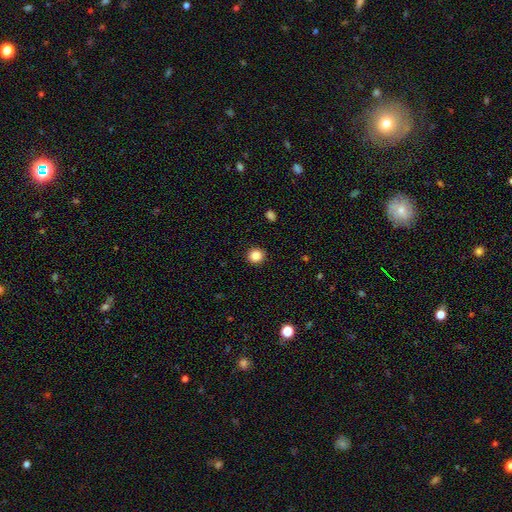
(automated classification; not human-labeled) Morphology: type=smooth (86%); roundness=round (91%); merging=none (92%).